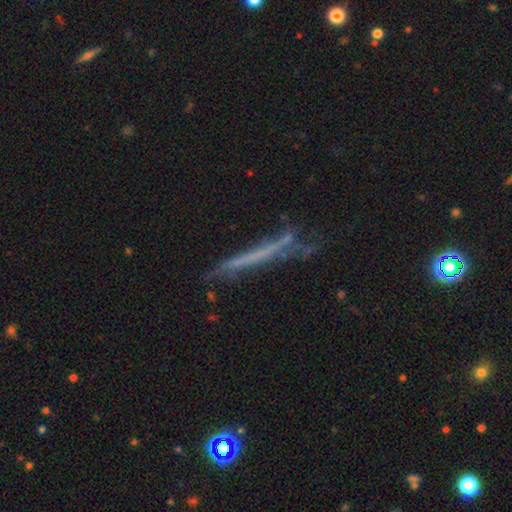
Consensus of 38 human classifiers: This is likely a featured or disk galaxy (66%). It is clearly viewed edge-on (84%). Edge-on bulge: clearly none (86%). Merging: marginally none (40%).